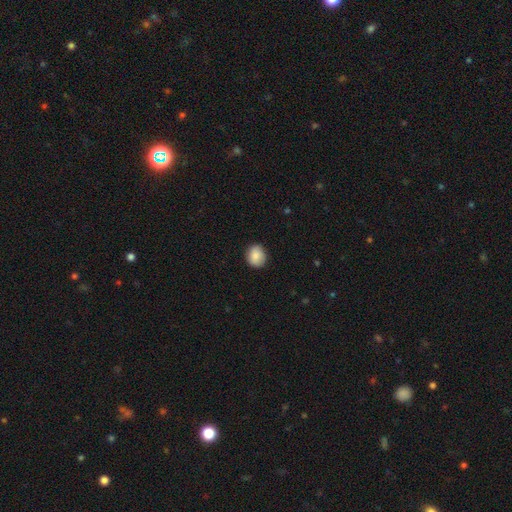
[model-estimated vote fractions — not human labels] Overall: smooth (86%). How rounded: round (70%). Merging: none (86%).